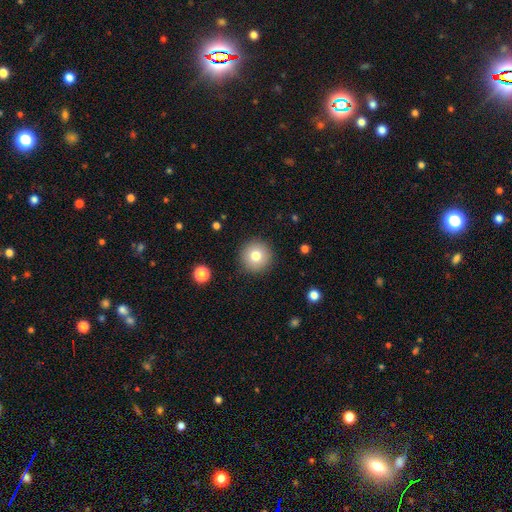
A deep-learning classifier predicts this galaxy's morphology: This appears to be a smooth galaxy with no disk features (77%) that is round (96%). Merging: none (91%).